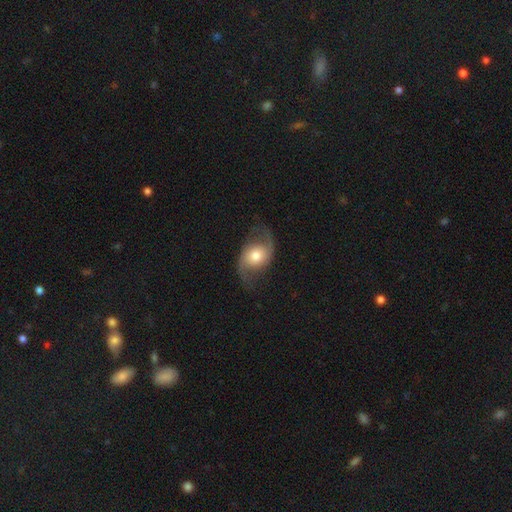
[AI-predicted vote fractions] Smooth or featured?
  - featured or disk: 75% *
  - smooth: 18%
  - star or artifact: 6%
Edge-on disk?
  - no: 96% *
  - yes: 4%
Bar?
  - no: 70% *
  - weak: 24%
  - strong: 6%
Spiral arms?
  - yes: 92% *
  - no: 8%
Spiral winding?
  - loose: 64% *
  - medium: 29%
  - tight: 7%
Spiral arm count?
  - 2: 93% *
  - can't tell: 2%
  - 1: 2%
  - 3: 1%
  - 4: 1%
  - more than 4: 1%
Bulge size?
  - moderate: 62% *
  - small: 17%
  - large: 17%
  - dominant: 3%
  - none: 2%
Merging?
  - none: 73% *
  - minor disturbance: 16%
  - major disturbance: 9%
  - merger: 1%